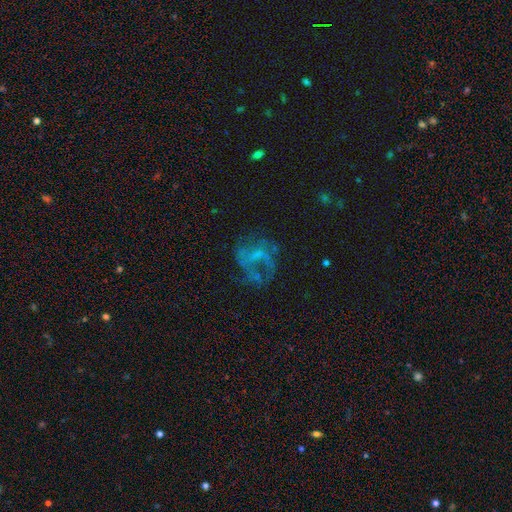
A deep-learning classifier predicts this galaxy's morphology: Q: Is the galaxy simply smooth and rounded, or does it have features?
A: featured or disk — 66%.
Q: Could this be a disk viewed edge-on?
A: no — 98%.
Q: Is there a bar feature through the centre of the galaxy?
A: no — 54%.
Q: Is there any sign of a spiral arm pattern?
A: yes — 62%.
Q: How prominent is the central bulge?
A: none — 57%.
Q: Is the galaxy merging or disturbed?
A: none — 43%.